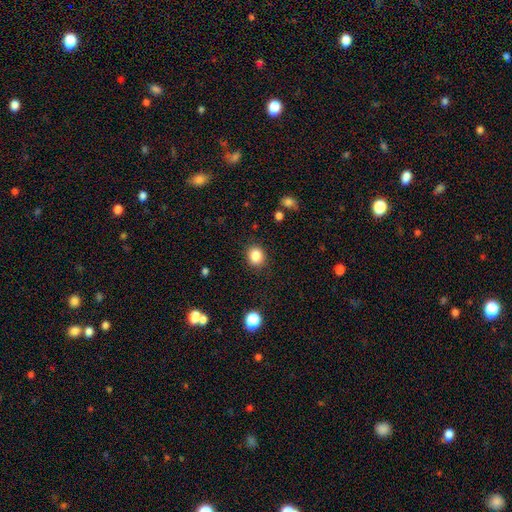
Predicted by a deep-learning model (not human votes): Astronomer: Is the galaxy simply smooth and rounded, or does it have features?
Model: smooth — 85%.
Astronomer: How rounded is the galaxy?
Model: round — 72%.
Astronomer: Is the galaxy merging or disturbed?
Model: none — 87%.